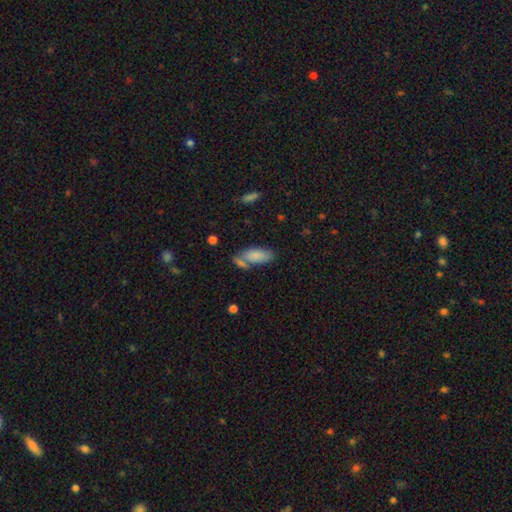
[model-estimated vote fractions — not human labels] This appears to be a smooth galaxy with no disk features (81%) that is in between round and cigar-shaped (85%). Merging: none (53%).